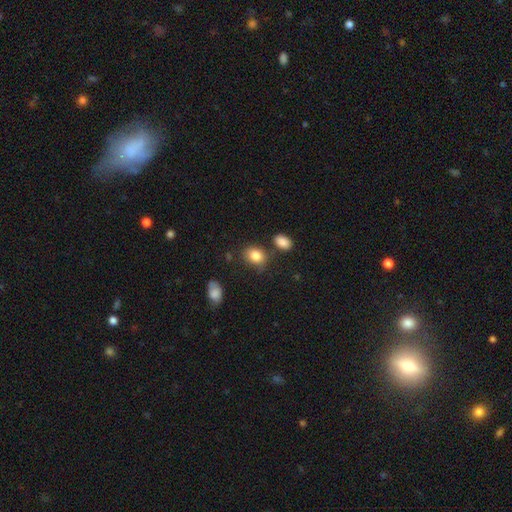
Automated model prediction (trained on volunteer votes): Smooth or featured: smooth — 85% (star or artifact — 9%)
How rounded: in between — 66% (round — 33%)
Merging: none — 70% (minor disturbance — 18%)